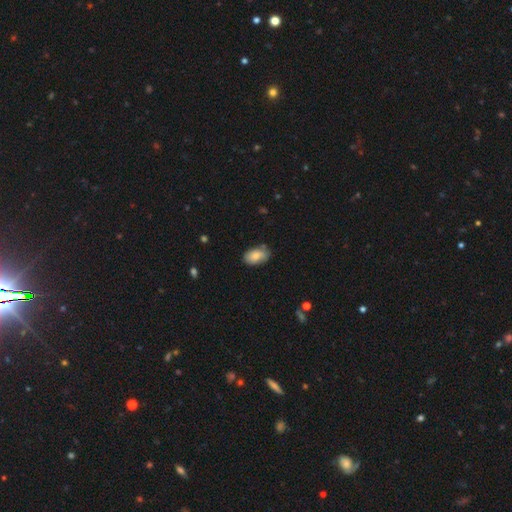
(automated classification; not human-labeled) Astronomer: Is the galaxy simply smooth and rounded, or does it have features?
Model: smooth — 83%.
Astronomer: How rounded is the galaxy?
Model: in between — 92%.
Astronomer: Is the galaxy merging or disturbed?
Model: none — 75%.